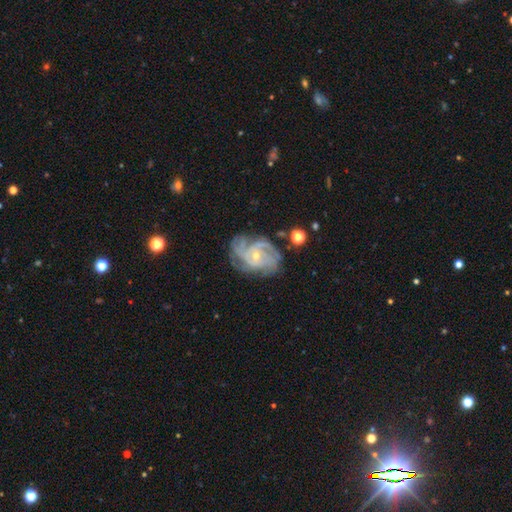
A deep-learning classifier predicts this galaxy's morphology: This appears to be a featured or disk galaxy (87%) with no bar (70%), 4 (28%) tight (56%) spiral arms (97%) and a small central bulge (67%). Merging: none (67%).